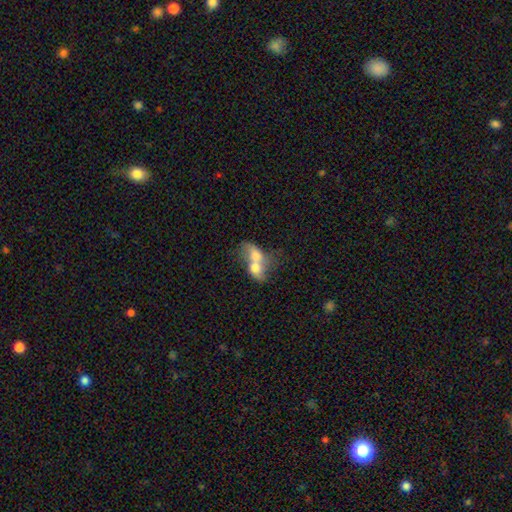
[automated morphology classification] Q: Smooth or featured?
A: smooth (59%); runner-up: featured or disk (32%)
Q: How rounded?
A: in between (69%); runner-up: round (27%)
Q: Merging?
A: merger (81%); runner-up: none (8%)